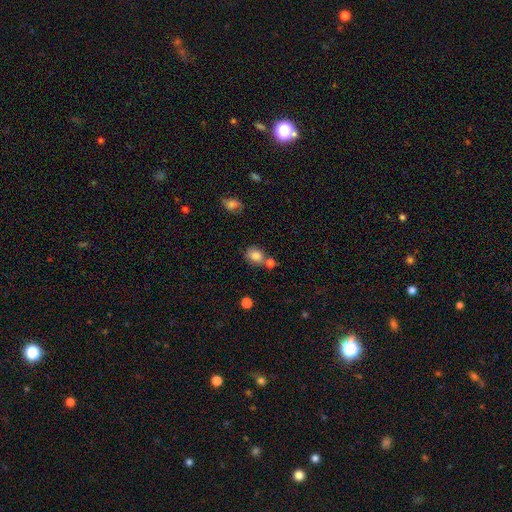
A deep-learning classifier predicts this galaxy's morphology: This appears to be a smooth galaxy with no disk features (82%) that is round (51%). Merging: none (58%).